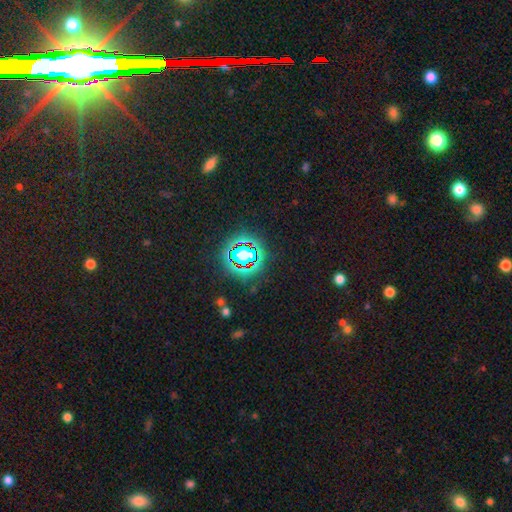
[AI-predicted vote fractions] Smooth or featured? Predicted: star or artifact (p=0.80).